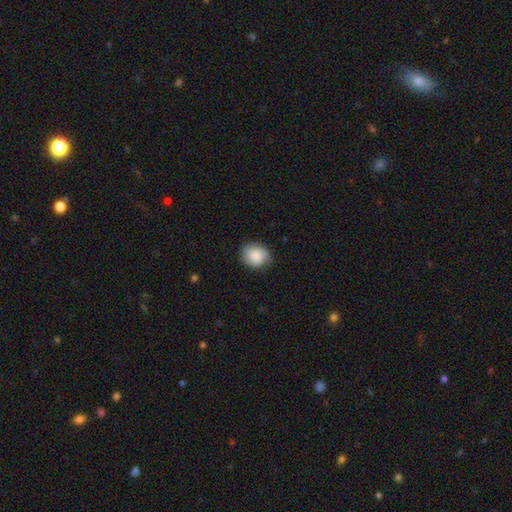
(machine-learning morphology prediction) Smooth or featured?
  - smooth: 82% *
  - featured or disk: 11%
  - star or artifact: 7%
How rounded?
  - round: 70% *
  - in between: 29%
  - cigar-shaped: 1%
Merging?
  - none: 78% *
  - minor disturbance: 18%
  - major disturbance: 3%
  - merger: 1%